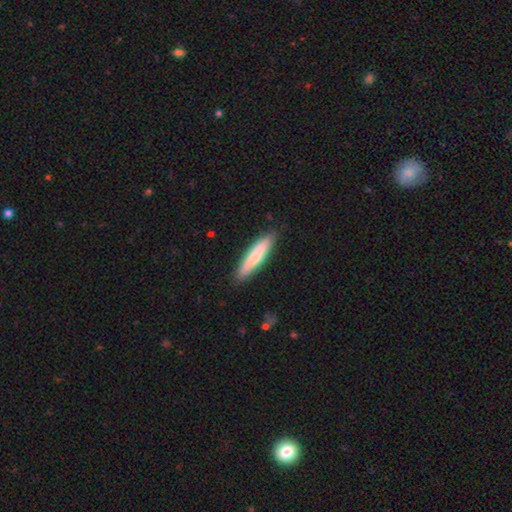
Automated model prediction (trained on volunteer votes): smooth 75%, featured or disk 20%, star or artifact 5%. Down the decision tree: how rounded — cigar-shaped (84%); merging — none (88%).